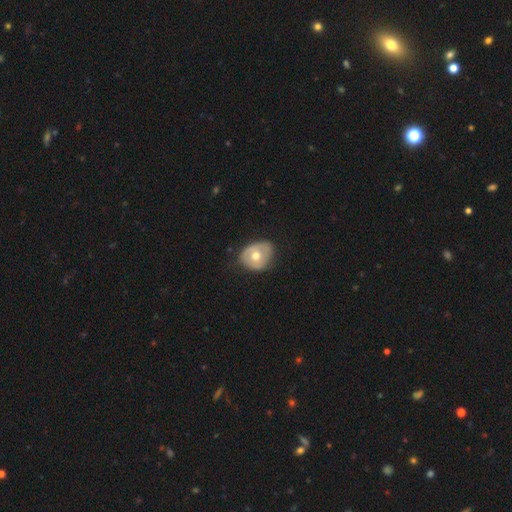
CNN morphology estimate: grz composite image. It shows a smooth galaxy with no disk features (52%) that is round (51%). Merging: none (61%).